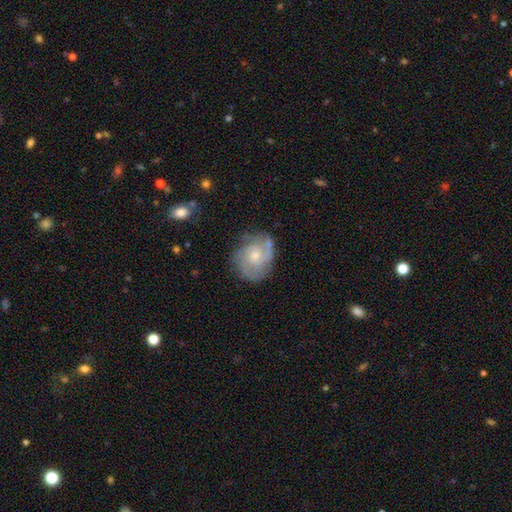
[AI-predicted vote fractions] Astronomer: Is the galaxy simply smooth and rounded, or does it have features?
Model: featured or disk — 76%.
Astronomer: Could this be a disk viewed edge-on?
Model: no — 98%.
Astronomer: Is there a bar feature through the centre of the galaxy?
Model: no — 73%.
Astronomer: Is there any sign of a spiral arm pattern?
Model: yes — 92%.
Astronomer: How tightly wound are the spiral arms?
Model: tight — 47% (runner-up: medium, 40%).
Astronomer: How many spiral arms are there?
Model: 3 — 30%, tied with 2 at 30%.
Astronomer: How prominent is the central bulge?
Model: moderate — 49% (runner-up: small, 44%).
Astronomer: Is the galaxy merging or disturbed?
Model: none — 69%.